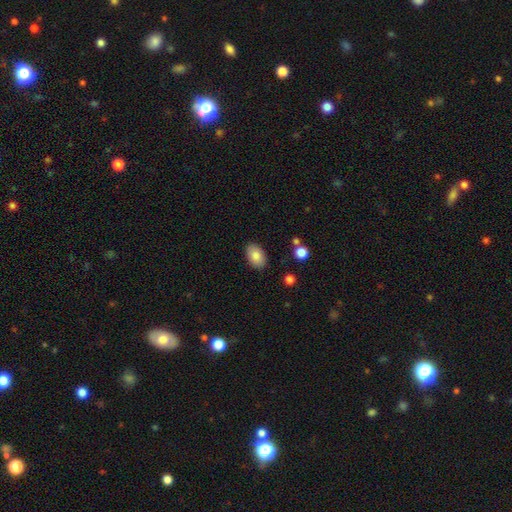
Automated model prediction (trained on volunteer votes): This appears to be a smooth galaxy with no disk features (83%) that is in between round and cigar-shaped (90%). Merging: none (86%).